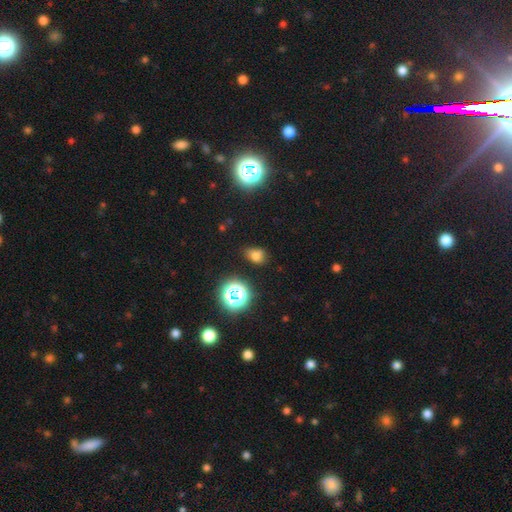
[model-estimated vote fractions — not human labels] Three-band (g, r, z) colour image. It shows a smooth galaxy with no disk features (67%) that is in between round and cigar-shaped (63%). Merging: none (64%).